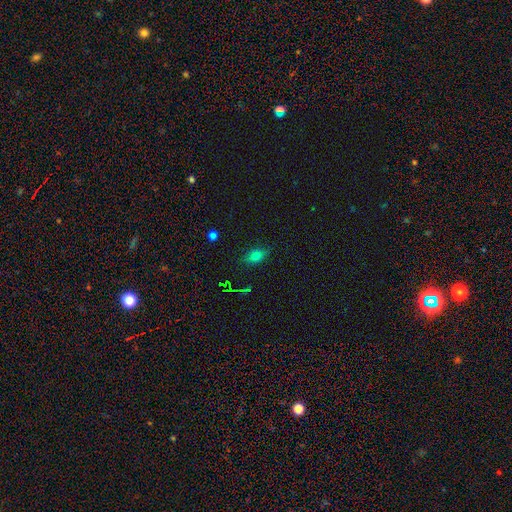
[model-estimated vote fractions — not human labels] smooth 67%, star or artifact 16%, featured or disk 16%. Down the decision tree: how rounded — in between (75%); merging — none (80%).